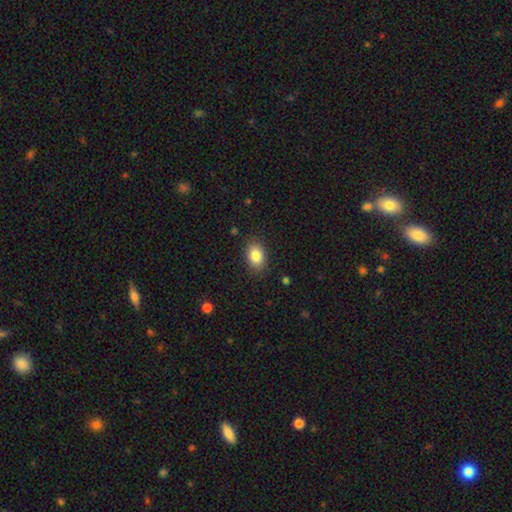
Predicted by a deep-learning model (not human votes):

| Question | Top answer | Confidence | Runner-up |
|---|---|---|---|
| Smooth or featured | smooth | 85% | star or artifact (8%) |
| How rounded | in between | 80% | round (19%) |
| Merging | none | 86% | minor disturbance (10%) |